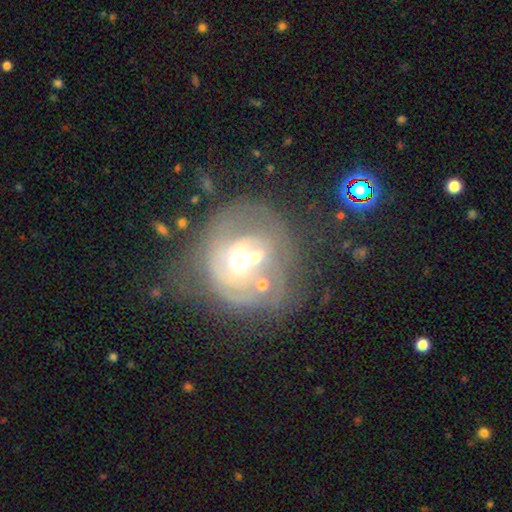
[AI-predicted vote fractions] smooth_or_featured: featured or disk (p=0.67) [alt: smooth p=0.22]
disk_edge_on: no (p=0.97) [alt: yes p=0.03]
bar: no (p=0.73) [alt: weak p=0.20]
has_spiral_arms: yes (p=0.60) [alt: no p=0.40]
bulge_size: moderate (p=0.65) [alt: small p=0.19]
merging: merger (p=0.30) [tied with: none p=0.30]